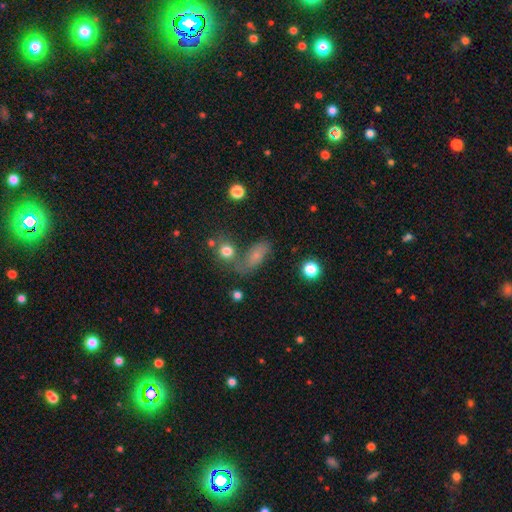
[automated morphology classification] smooth_or_featured: smooth (p=0.61) [alt: featured or disk p=0.24]
how_rounded: in between (p=0.75) [alt: cigar-shaped p=0.13]
merging: none (p=0.46) [alt: minor disturbance p=0.21]